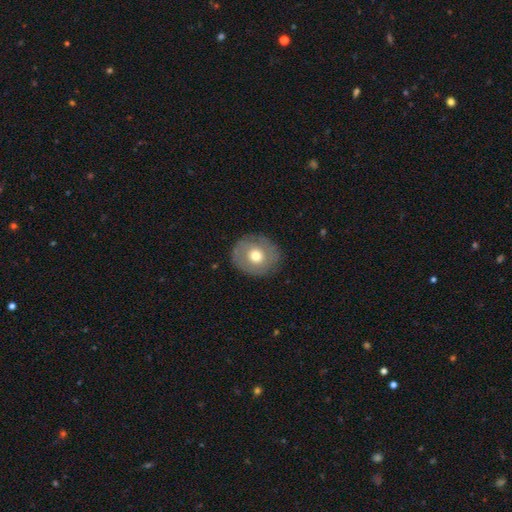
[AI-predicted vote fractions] Q: Smooth or featured?
A: smooth (60%); runner-up: featured or disk (33%)
Q: How rounded?
A: round (81%); runner-up: in between (18%)
Q: Merging?
A: none (85%); runner-up: minor disturbance (11%)